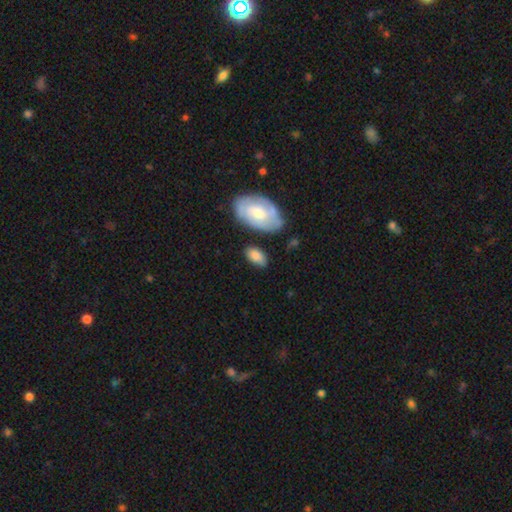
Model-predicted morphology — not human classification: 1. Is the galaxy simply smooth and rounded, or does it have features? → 77% smooth, 17% featured or disk, 6% star or artifact.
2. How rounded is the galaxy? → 91% in between, 6% round, 3% cigar-shaped.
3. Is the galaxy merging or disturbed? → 71% none, 19% minor disturbance, 6% merger, 5% major disturbance.